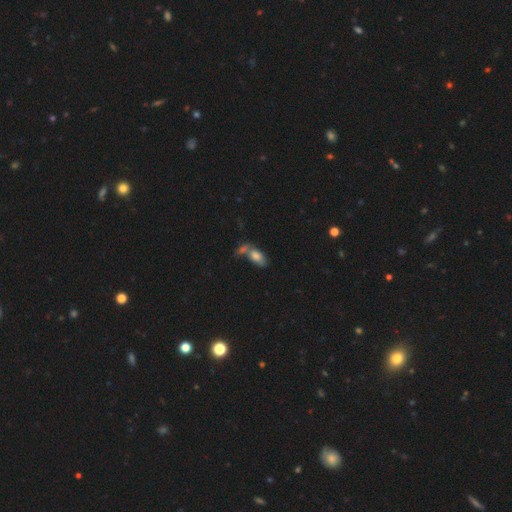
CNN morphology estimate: Smooth or featured?
  - smooth: 74% *
  - featured or disk: 16%
  - star or artifact: 9%
How rounded?
  - in between: 89% *
  - cigar-shaped: 6%
  - round: 5%
Merging?
  - merger: 53% *
  - none: 29%
  - minor disturbance: 11%
  - major disturbance: 7%